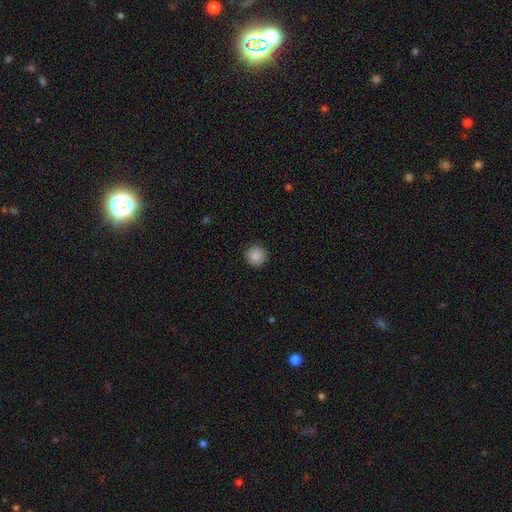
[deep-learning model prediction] Q: Smooth or featured?
A: smooth (88%); runner-up: star or artifact (9%)
Q: How rounded?
A: round (95%); runner-up: in between (4%)
Q: Merging?
A: none (91%); runner-up: minor disturbance (6%)